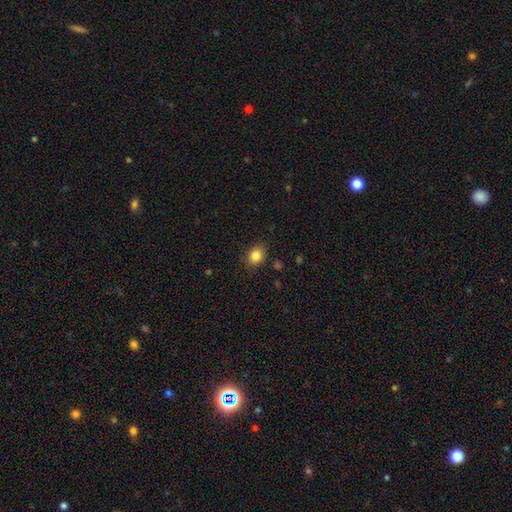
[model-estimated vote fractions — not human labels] A smooth galaxy with no disk features (84%) that is round (64%). Merging: none (85%).